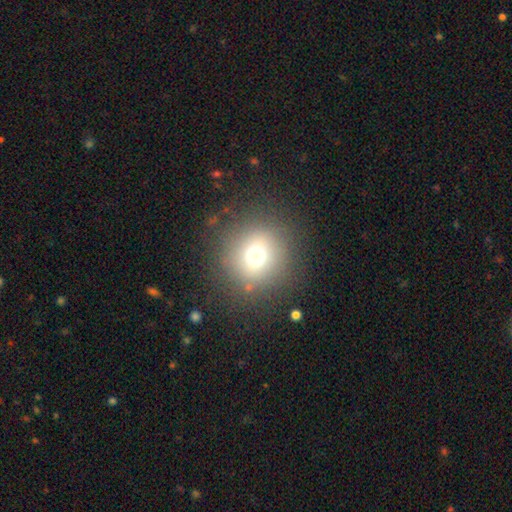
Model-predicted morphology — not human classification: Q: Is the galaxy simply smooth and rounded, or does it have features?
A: smooth — 69%.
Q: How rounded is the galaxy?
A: round — 93%.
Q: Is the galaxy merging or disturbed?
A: none — 85%.